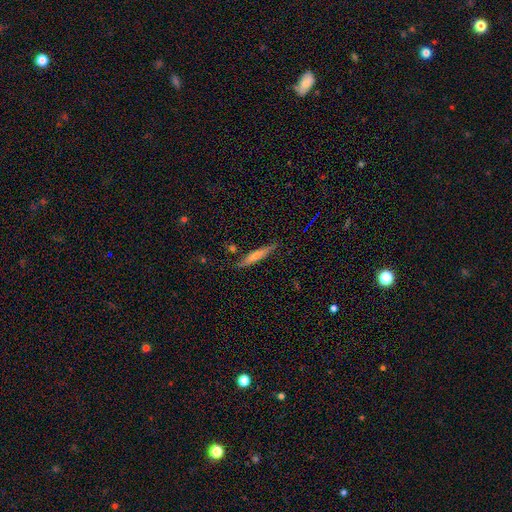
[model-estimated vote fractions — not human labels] Morphology: type=featured or disk (51%); edge-on=yes (93%); merging=none (83%).